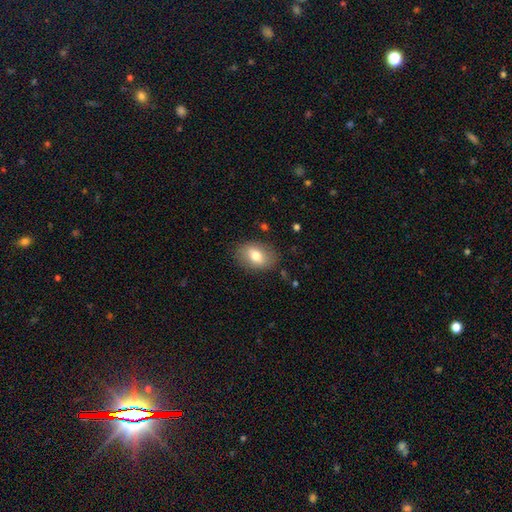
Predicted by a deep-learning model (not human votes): smooth_or_featured: smooth (p=0.73) [alt: featured or disk p=0.19]
how_rounded: in between (p=0.80) [alt: round p=0.18]
merging: none (p=0.83) [alt: minor disturbance p=0.12]